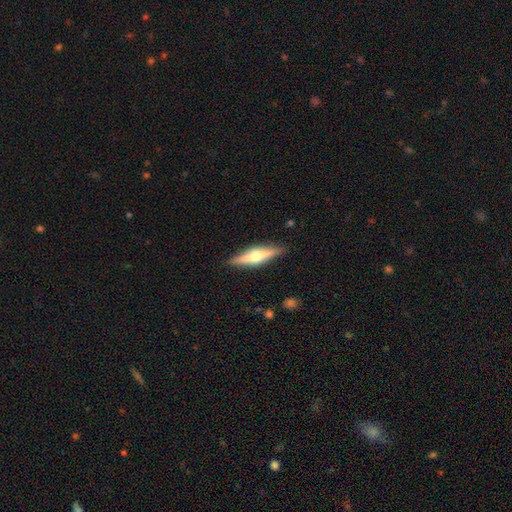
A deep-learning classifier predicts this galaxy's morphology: type=featured or disk (64%); edge-on=yes (96%); edge-on bulge=rounded (93%); merging=none (89%).